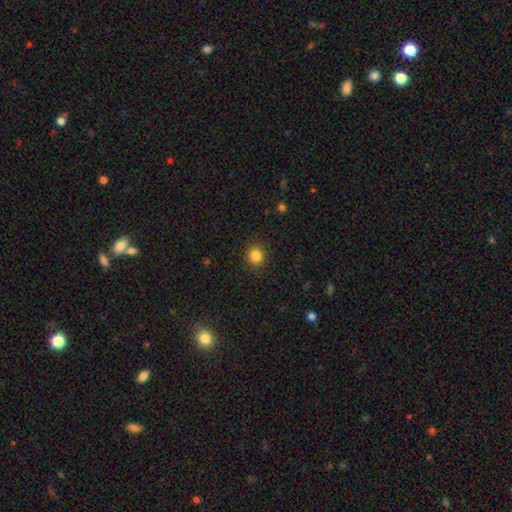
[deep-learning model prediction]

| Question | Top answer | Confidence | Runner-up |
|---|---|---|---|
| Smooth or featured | smooth | 84% | star or artifact (12%) |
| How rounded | round | 89% | in between (10%) |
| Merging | none | 91% | minor disturbance (6%) |